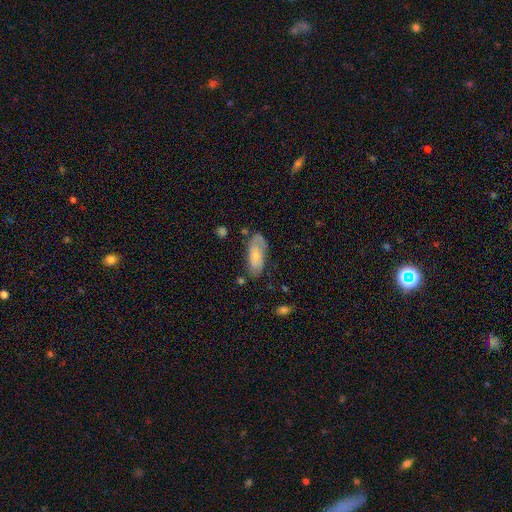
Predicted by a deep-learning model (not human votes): A smooth galaxy with no disk features (65%) that is in between round and cigar-shaped (80%). Merging: none (64%).